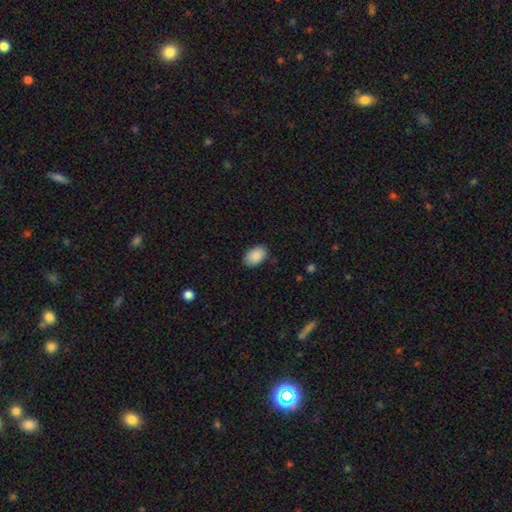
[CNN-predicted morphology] This appears to be a smooth galaxy with no disk features (89%) that is in between round and cigar-shaped (89%). Merging: none (82%).